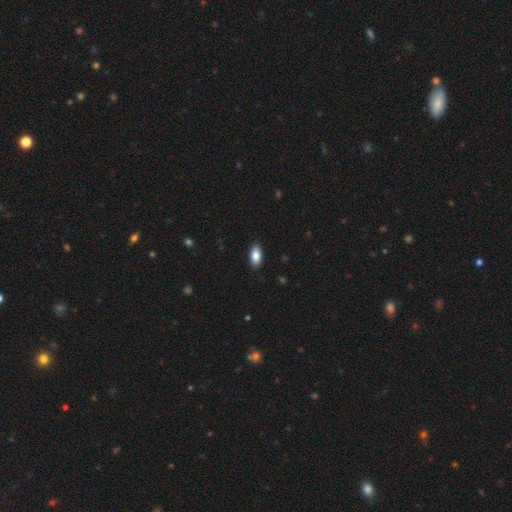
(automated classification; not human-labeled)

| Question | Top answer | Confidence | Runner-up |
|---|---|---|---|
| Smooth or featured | smooth | 84% | featured or disk (8%) |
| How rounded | in between | 91% | cigar-shaped (5%) |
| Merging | none | 88% | minor disturbance (9%) |